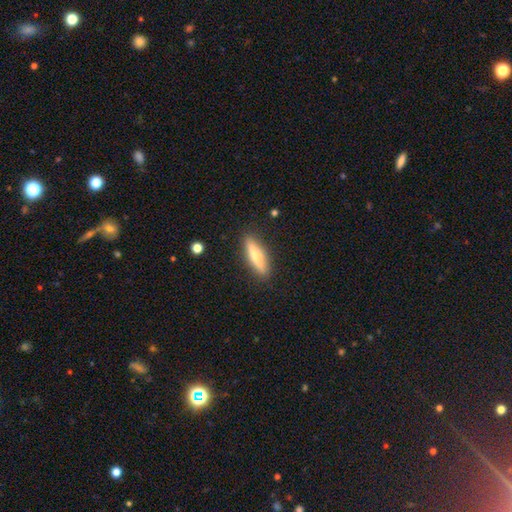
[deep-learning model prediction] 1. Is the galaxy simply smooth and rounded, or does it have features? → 63% smooth, 31% featured or disk, 6% star or artifact.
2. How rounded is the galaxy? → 75% cigar-shaped, 24% in between, 2% round.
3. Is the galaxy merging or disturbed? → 87% none, 9% minor disturbance, 2% major disturbance, 1% merger.